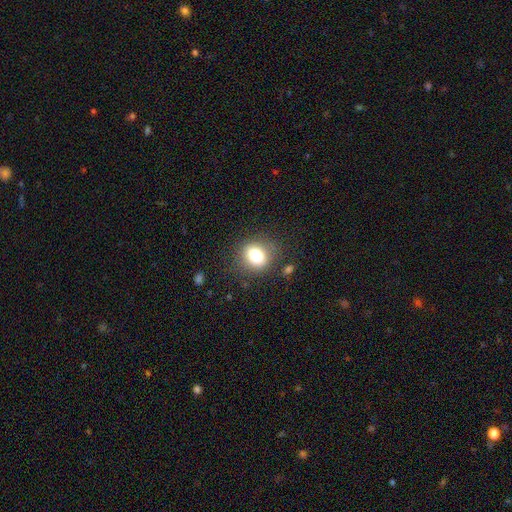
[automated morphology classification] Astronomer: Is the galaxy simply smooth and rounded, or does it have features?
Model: smooth — 78%.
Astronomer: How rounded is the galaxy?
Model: round — 61% (runner-up: in between, 38%).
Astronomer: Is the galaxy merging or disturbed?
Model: none — 81%.